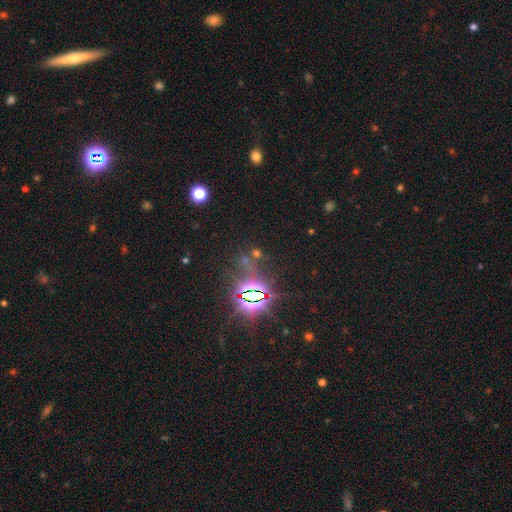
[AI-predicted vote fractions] A star or artifact, not a galaxy (79%).